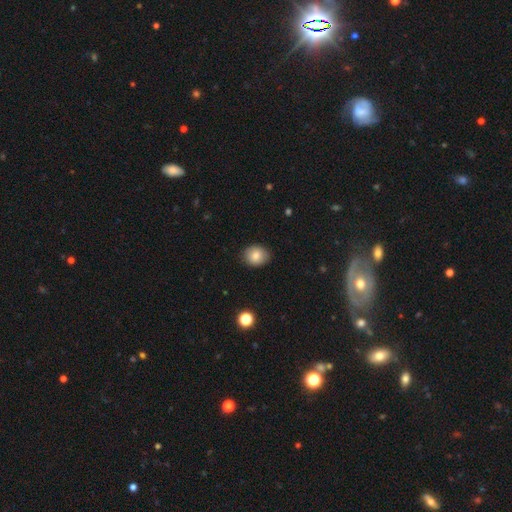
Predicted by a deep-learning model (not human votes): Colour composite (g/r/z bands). It shows a smooth galaxy with no disk features (81%) that is round (58%). Merging: none (86%).